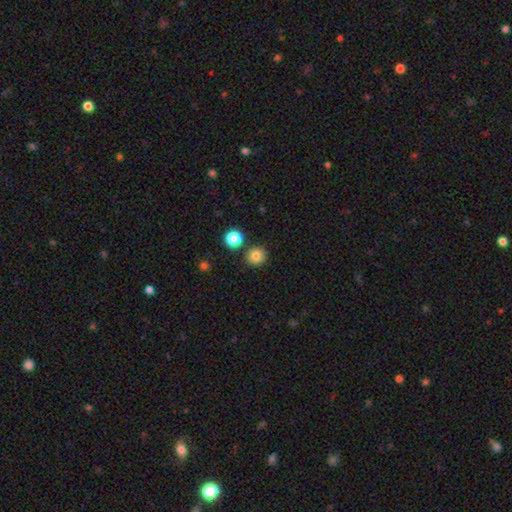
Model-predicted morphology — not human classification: Smooth or featured? Predicted: smooth (p=0.81). How rounded? Predicted: round (p=0.89). Merging? Predicted: none (p=0.86).